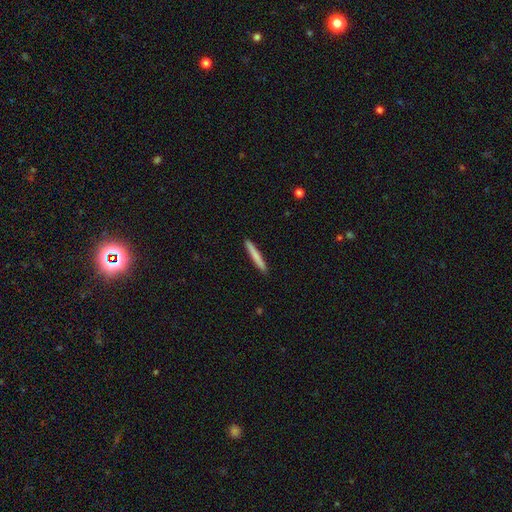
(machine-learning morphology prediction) This appears to be a smooth galaxy with no disk features (73%) that is cigar-shaped (97%). Merging: none (92%).